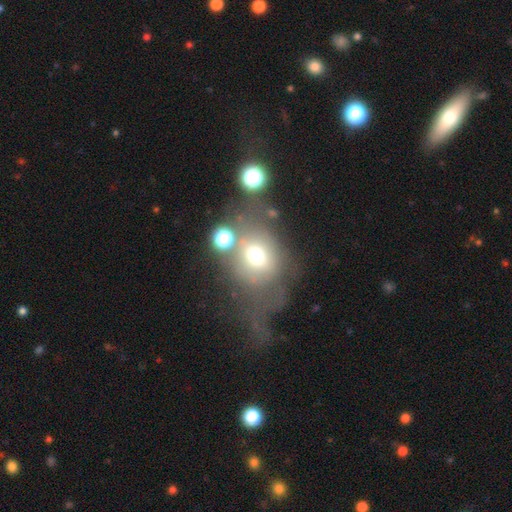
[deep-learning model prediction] This is possibly a smooth galaxy (59%). How rounded: possibly round (56%). Merging: marginally major disturbance (33%, tied with none).